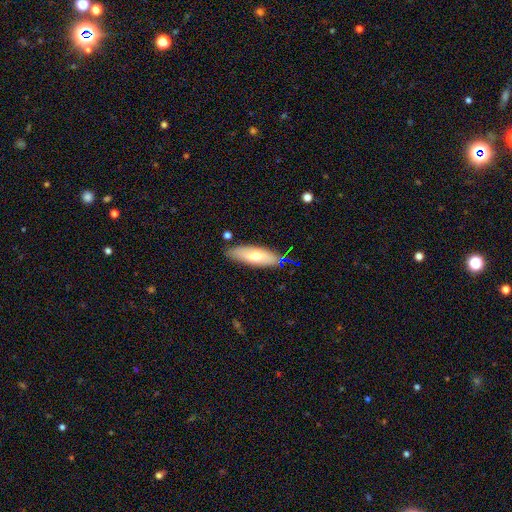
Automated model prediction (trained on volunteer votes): smooth-or-featured: smooth: 64% | featured or disk: 30% | star or artifact: 6%
  how-rounded: in between: 59% | cigar-shaped: 39% | round: 2%
  merging: none: 82% | minor disturbance: 12% | merger: 3% | major disturbance: 3%